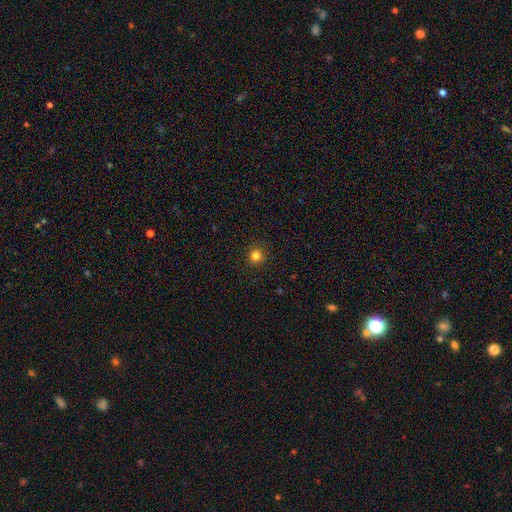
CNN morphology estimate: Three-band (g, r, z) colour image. It shows a smooth galaxy with no disk features (82%) that is round (94%). Merging: none (92%).